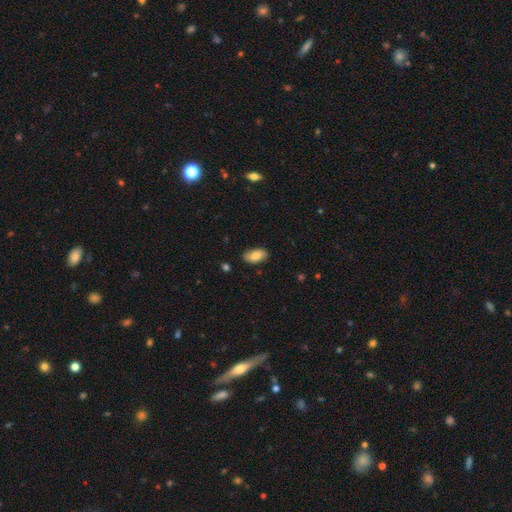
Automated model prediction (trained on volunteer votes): This appears to be a smooth galaxy with no disk features (82%) that is in between round and cigar-shaped (94%). Merging: none (85%).